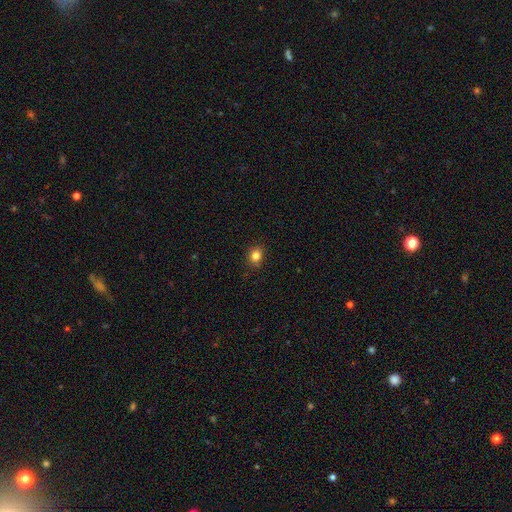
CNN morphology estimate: type=smooth (83%); roundness=round (68%); merging=none (88%).